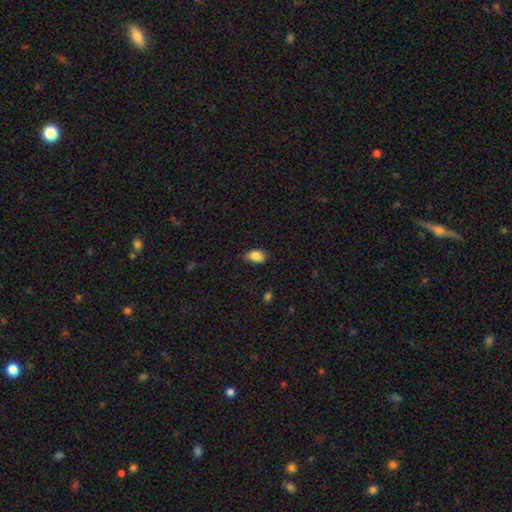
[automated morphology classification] type=smooth (85%); roundness=in between (84%); merging=none (71%).